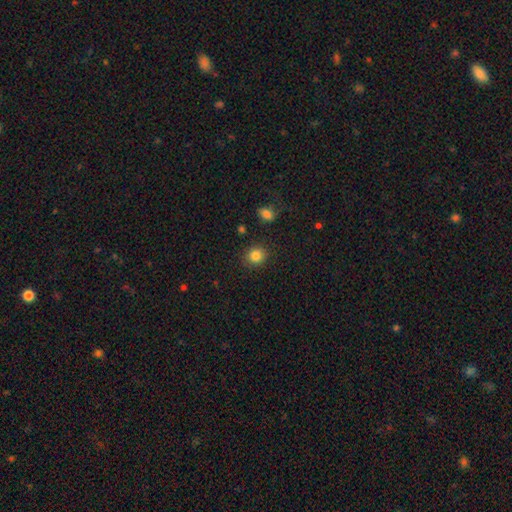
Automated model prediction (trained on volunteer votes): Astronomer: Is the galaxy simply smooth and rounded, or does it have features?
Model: smooth — 84%.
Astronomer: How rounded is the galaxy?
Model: round — 80%.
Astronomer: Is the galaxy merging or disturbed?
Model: none — 86%.